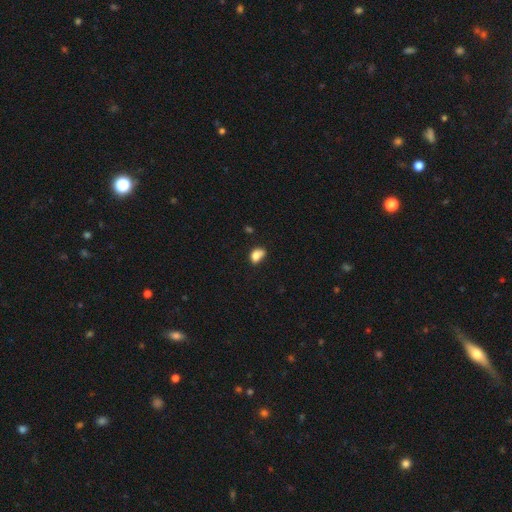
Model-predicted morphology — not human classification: Smooth or featured? Predicted: smooth (p=0.77). How rounded? Predicted: in between (p=0.73). Merging? Predicted: none (p=0.38).